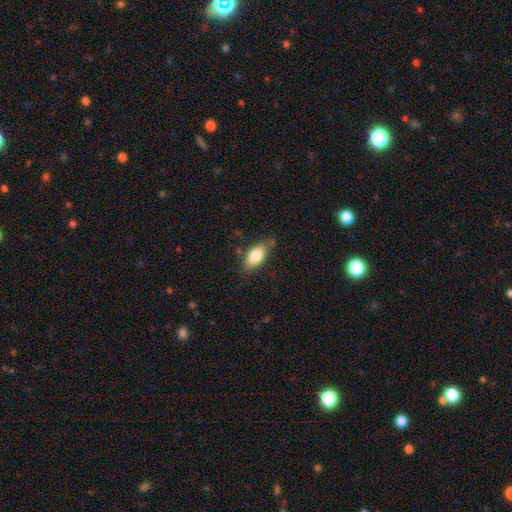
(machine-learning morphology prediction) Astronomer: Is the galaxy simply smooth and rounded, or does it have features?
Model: smooth — 81%.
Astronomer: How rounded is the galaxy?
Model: in between — 88%.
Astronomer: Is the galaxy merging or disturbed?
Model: none — 75%.